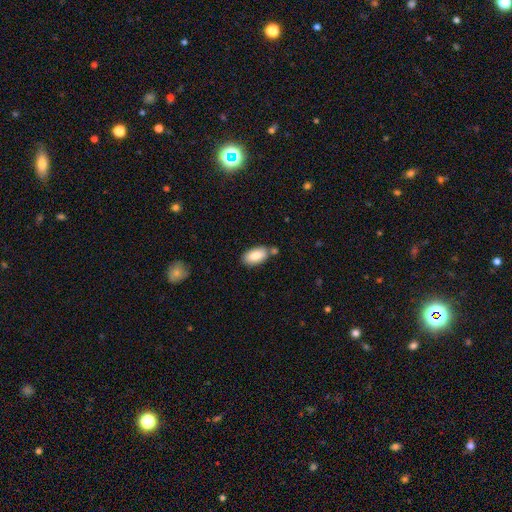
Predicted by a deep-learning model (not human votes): smooth 85%, featured or disk 9%, star or artifact 7%. Down the decision tree: how rounded — in between (94%); merging — none (67%).